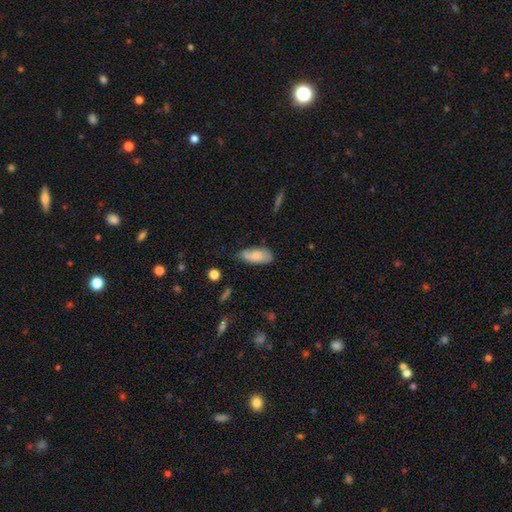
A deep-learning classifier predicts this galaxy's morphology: This is likely a smooth galaxy (73%). How rounded: clearly in between (87%). Merging: possibly none (59%).